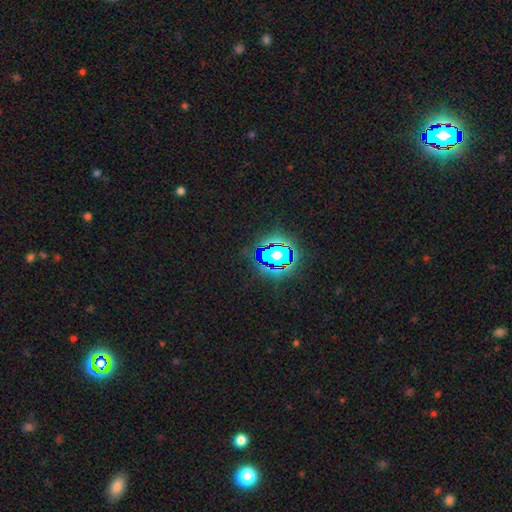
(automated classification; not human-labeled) Smooth or featured? star or artifact (82%)